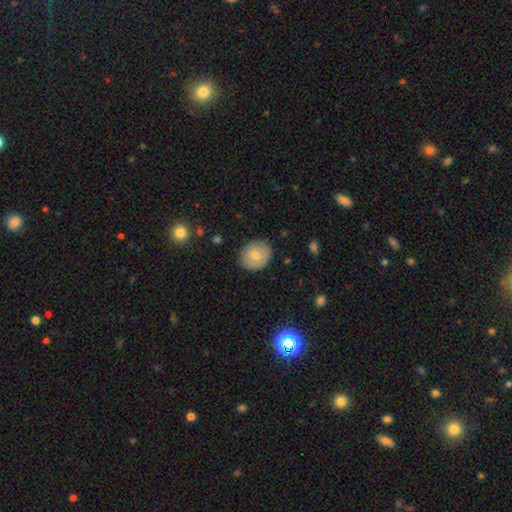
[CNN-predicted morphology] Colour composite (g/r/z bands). It shows a smooth galaxy with no disk features (73%) that is round (63%). Merging: none (82%).